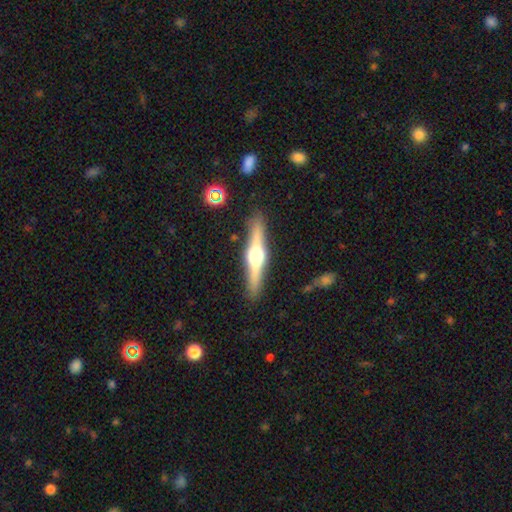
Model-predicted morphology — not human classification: Smooth or featured? featured or disk (72%)
Edge-on disk? yes (97%)
Edge-on bulge? rounded (95%)
Merging? none (88%)